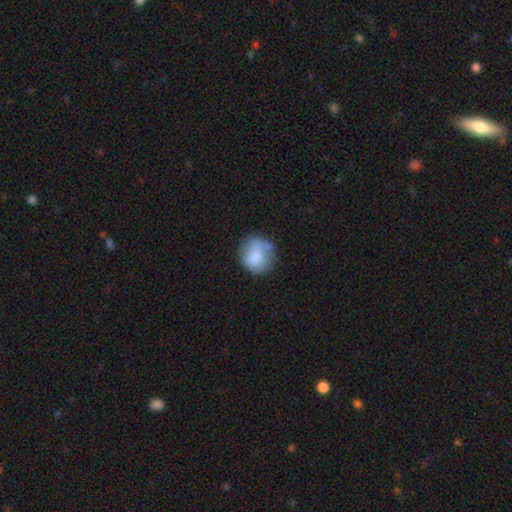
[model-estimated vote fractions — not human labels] This is likely a smooth galaxy (75%). How rounded: clearly round (83%). Merging: likely none (60%).